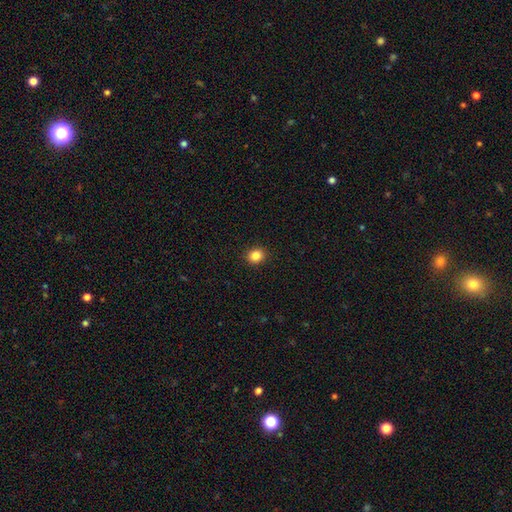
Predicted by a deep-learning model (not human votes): Smooth or featured?
  - smooth: 84% *
  - star or artifact: 11%
  - featured or disk: 5%
How rounded?
  - round: 79% *
  - in between: 20%
  - cigar-shaped: 1%
Merging?
  - none: 92% *
  - minor disturbance: 5%
  - major disturbance: 2%
  - merger: 1%